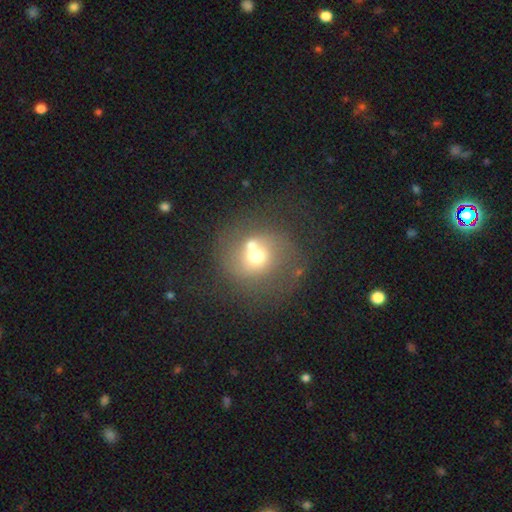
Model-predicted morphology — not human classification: smooth-or-featured: smooth: 50% | featured or disk: 35% | star or artifact: 15%
  how-rounded: round: 79% | in between: 20% | cigar-shaped: 1%
  merging: none: 43% | merger: 31% | minor disturbance: 14% | major disturbance: 12%